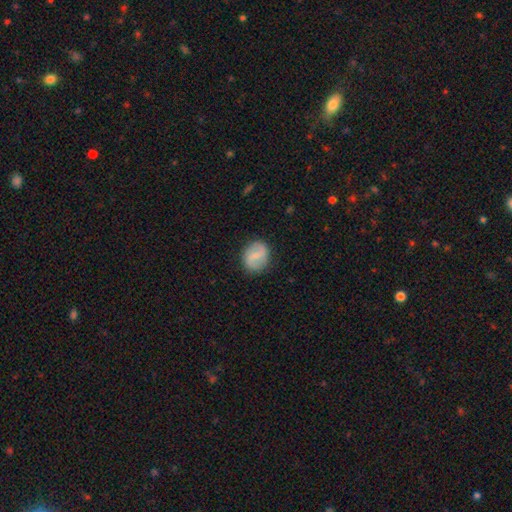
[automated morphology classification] Smooth or featured? smooth (51%)
How rounded? round (70%)
Merging? none (85%)